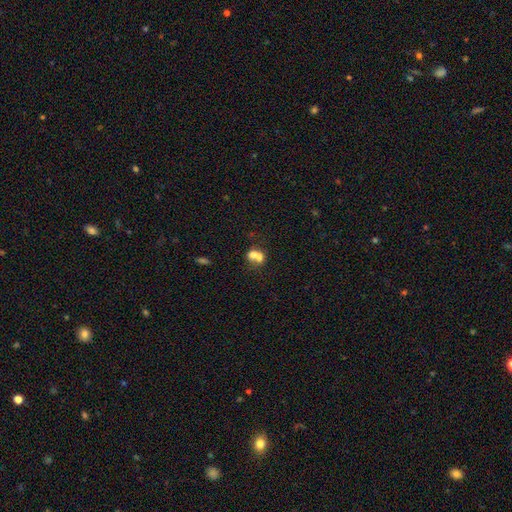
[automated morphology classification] A smooth galaxy with no disk features (65%) that is round (63%). Merging: merger (68%).